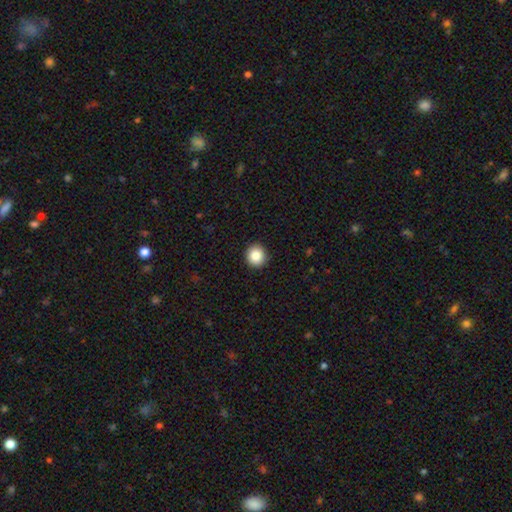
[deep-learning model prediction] Smooth or featured: smooth — 87% (star or artifact — 9%)
How rounded: round — 91% (in between — 9%)
Merging: none — 92% (minor disturbance — 5%)